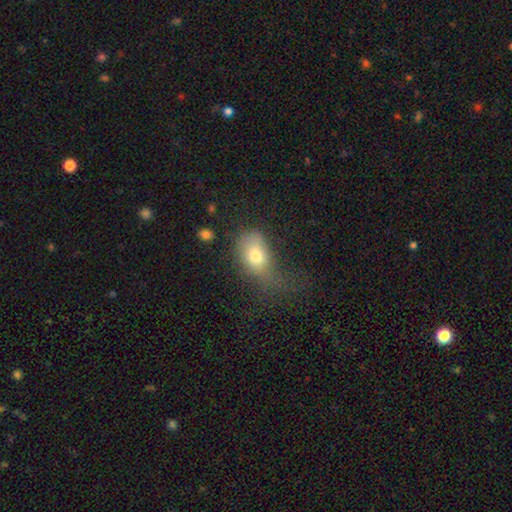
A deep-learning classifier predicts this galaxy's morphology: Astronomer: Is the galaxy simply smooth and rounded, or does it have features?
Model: smooth — 73%.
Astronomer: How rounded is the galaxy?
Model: in between — 75%.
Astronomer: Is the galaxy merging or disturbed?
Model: major disturbance — 38% (runner-up: minor disturbance, 31%).